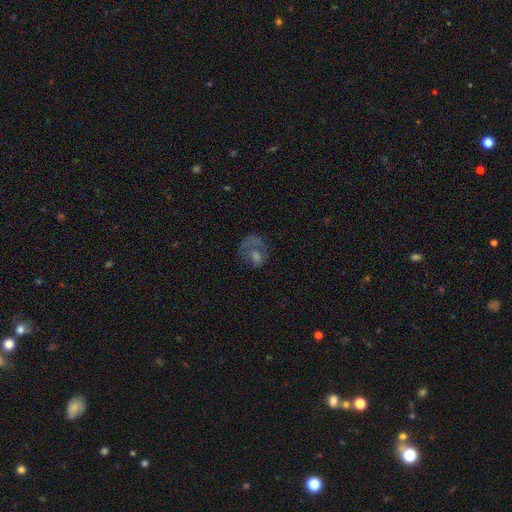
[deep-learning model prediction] Smooth or featured? Predicted: featured or disk (p=0.47). Merging? Predicted: none (p=0.41).